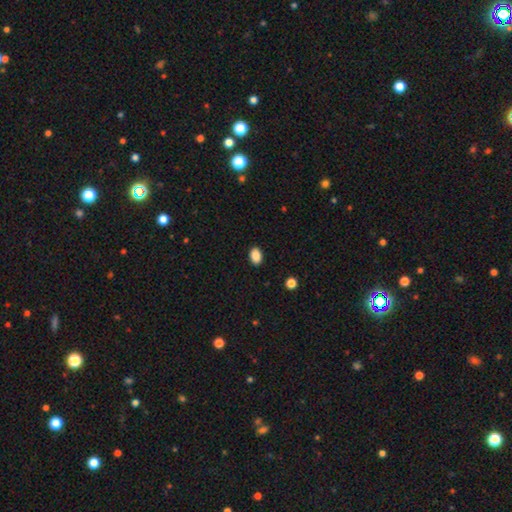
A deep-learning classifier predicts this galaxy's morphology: smooth 89%, star or artifact 8%, featured or disk 3%. Down the decision tree: how rounded — in between (85%); merging — none (90%).